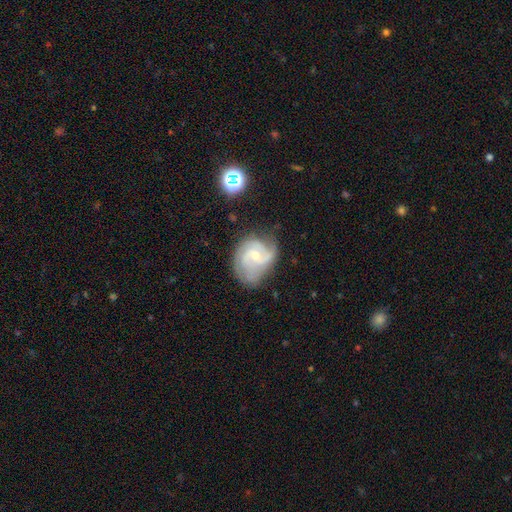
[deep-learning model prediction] Smooth or featured? featured or disk (82%)
Edge-on disk? no (98%)
Bar? no (51%)
Spiral arms? yes (95%)
Spiral winding? medium (50%)
Spiral arm count? 2 (44%)
Bulge size? small (58%)
Merging? none (58%)